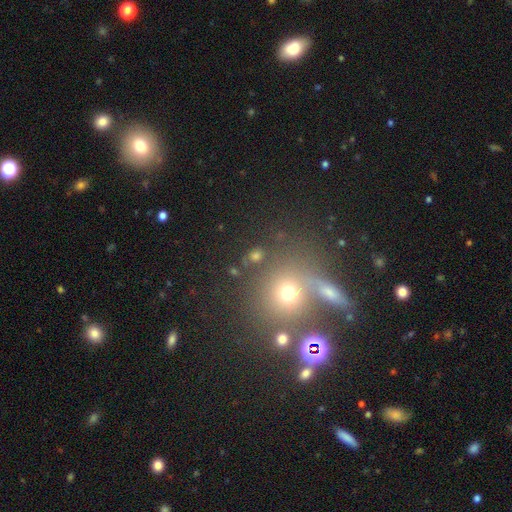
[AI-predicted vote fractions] A smooth galaxy with no disk features (68%) that is round (63%).

Vote fractions:
- Smooth or featured? smooth: 68% / star or artifact: 21% / featured or disk: 11%
- How rounded? round: 63% / in between: 34% / cigar-shaped: 3%
- Merging? none: 72% / merger: 13% / minor disturbance: 9% / major disturbance: 5%